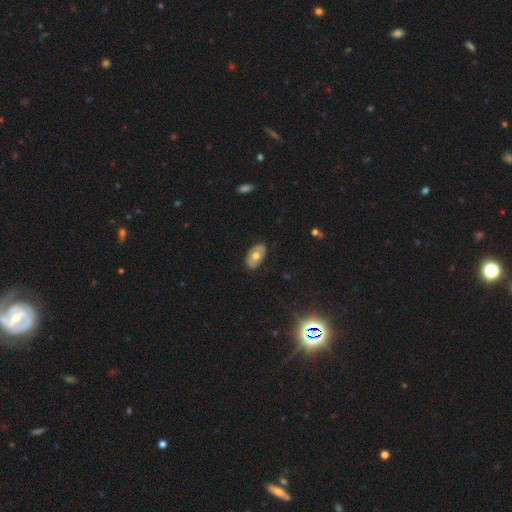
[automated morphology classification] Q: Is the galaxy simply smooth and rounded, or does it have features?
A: smooth — 50%.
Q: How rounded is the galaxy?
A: in between — 89%.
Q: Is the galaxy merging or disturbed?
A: none — 83%.